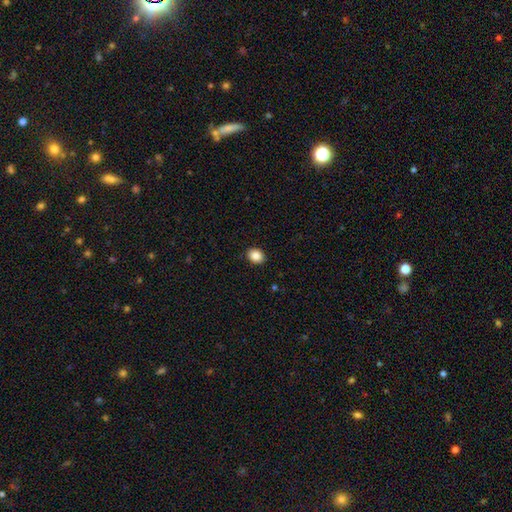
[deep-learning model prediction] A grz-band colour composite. It shows a smooth galaxy with no disk features (86%) that is round (52%). Merging: none (91%).